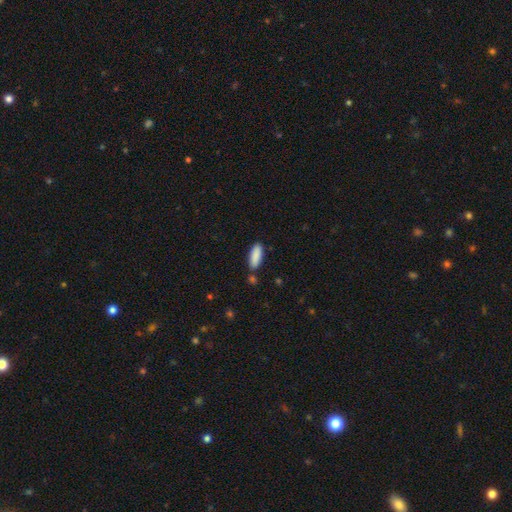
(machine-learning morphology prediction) smooth_or_featured: smooth (p=0.89) [alt: star or artifact p=0.06]
how_rounded: in between (p=0.67) [alt: cigar-shaped p=0.31]
merging: none (p=0.80) [alt: minor disturbance p=0.12]